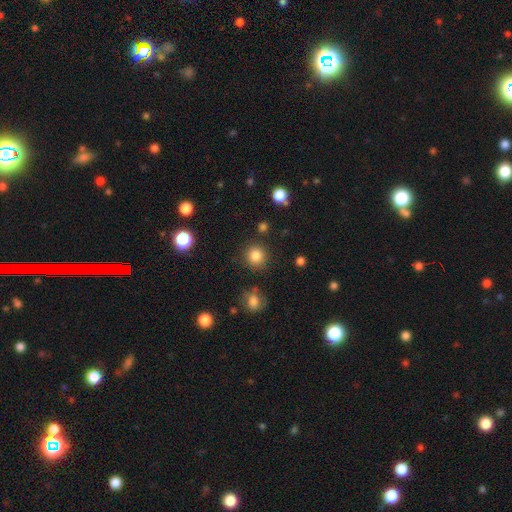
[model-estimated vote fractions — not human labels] This appears to be a smooth galaxy with no disk features (84%) that is round (93%). Merging: none (86%).